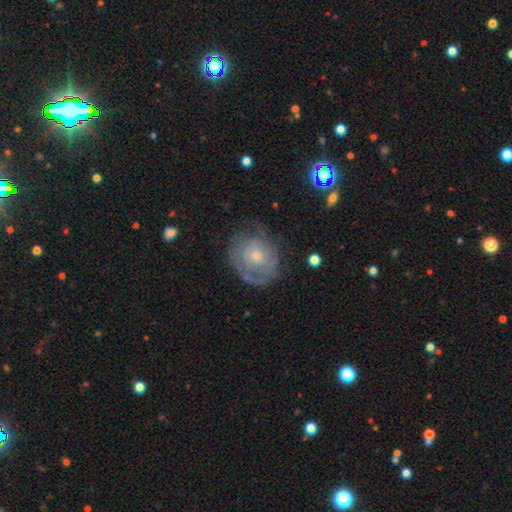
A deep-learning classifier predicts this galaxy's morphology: Smooth or featured? Predicted: featured or disk (p=0.75). Edge-on disk? Predicted: no (p=0.97). Bar? Predicted: no (p=0.80). Spiral arms? Predicted: yes (p=0.83). Spiral winding? Predicted: tight (p=0.70). Spiral arm count? Predicted: can't tell (p=0.45). Bulge size? Predicted: small (p=0.61). Merging? Predicted: none (p=0.65).